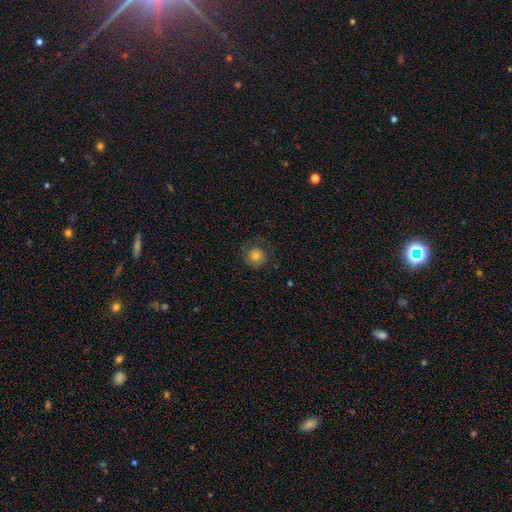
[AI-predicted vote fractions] Smooth or featured? Predicted: smooth (p=0.75). How rounded? Predicted: round (p=0.92). Merging? Predicted: none (p=0.74).